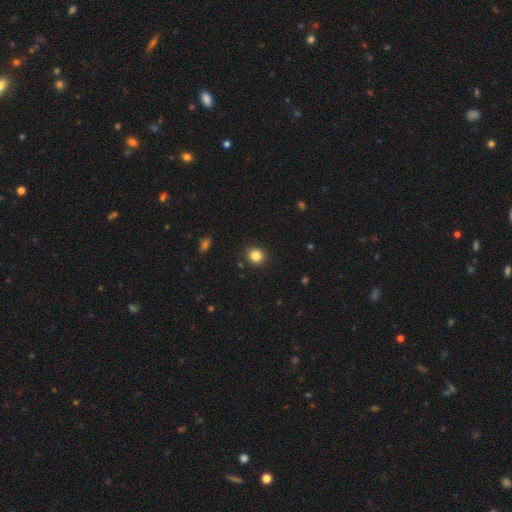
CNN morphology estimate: Smooth or featured? smooth (84%)
How rounded? round (88%)
Merging? none (91%)